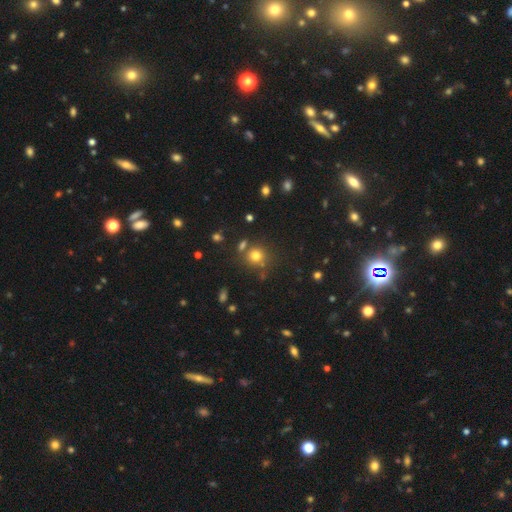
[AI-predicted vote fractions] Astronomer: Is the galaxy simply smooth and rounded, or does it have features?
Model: smooth — 75%.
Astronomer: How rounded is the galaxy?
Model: round — 87%.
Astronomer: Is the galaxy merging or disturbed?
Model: none — 72%.